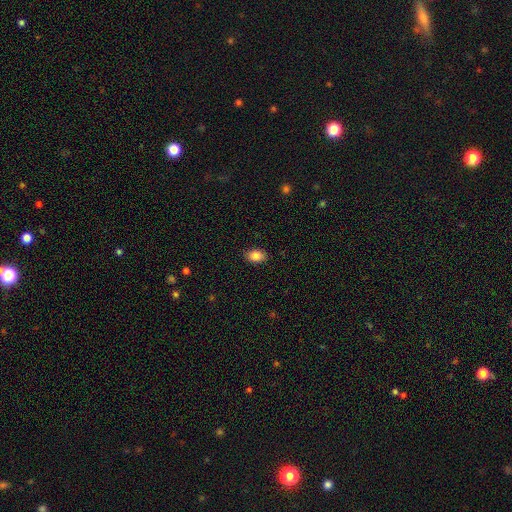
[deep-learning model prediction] smooth 86%, star or artifact 8%, featured or disk 5%. Down the decision tree: how rounded — in between (84%); merging — none (87%).